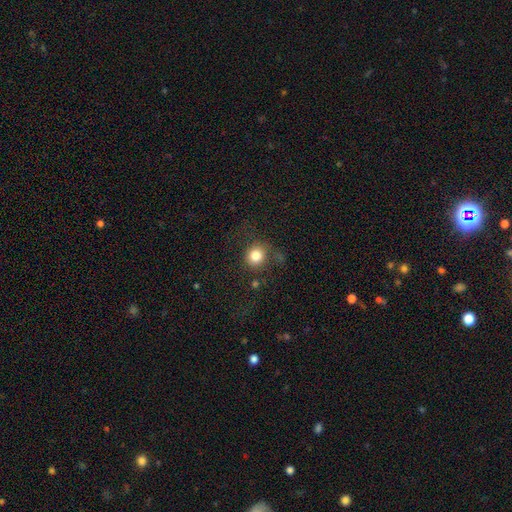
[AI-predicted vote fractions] Smooth or featured?
  - smooth: 82% *
  - star or artifact: 11%
  - featured or disk: 7%
How rounded?
  - round: 87% *
  - in between: 12%
  - cigar-shaped: 1%
Merging?
  - none: 72% *
  - minor disturbance: 15%
  - major disturbance: 9%
  - merger: 3%